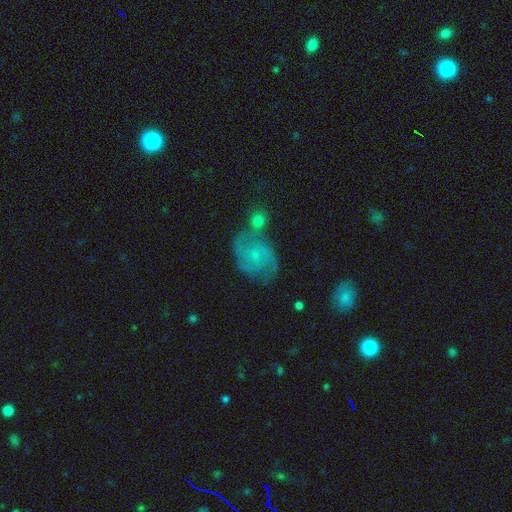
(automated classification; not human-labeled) Smooth or featured: featured or disk — 66% (smooth — 25%)
Edge-on disk: no — 98% (yes — 2%)
Bar: no — 67% (weak — 29%)
Spiral arms: yes — 88% (no — 12%)
Spiral winding: medium — 46% (tight — 37%)
Spiral arm count: 2 — 60% (can't tell — 20%)
Bulge size: small — 71% (moderate — 17%)
Merging: none — 49% (merger — 21%)